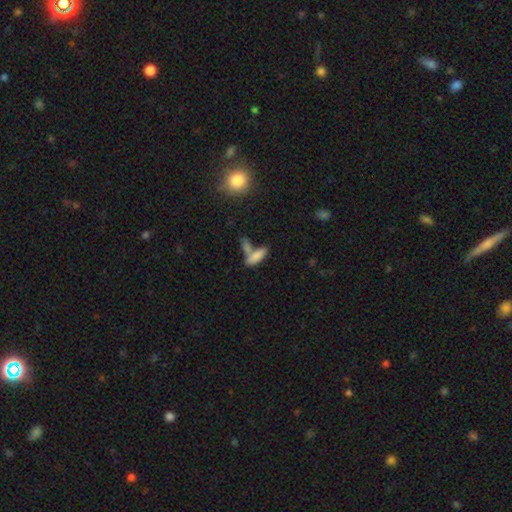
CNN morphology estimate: Overall: smooth (79%). How rounded: in between (64%; cigar-shaped 33%). Merging: merger (46%; none 38%).